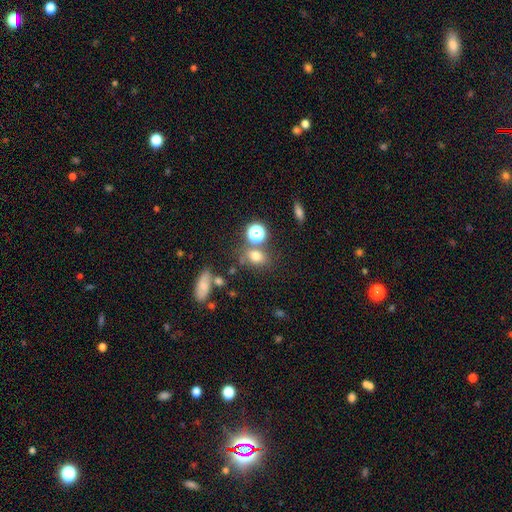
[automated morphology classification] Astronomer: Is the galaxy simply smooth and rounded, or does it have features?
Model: smooth — 71%.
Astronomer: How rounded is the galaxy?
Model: in between — 55% (runner-up: round, 43%).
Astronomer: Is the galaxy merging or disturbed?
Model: none — 64%.